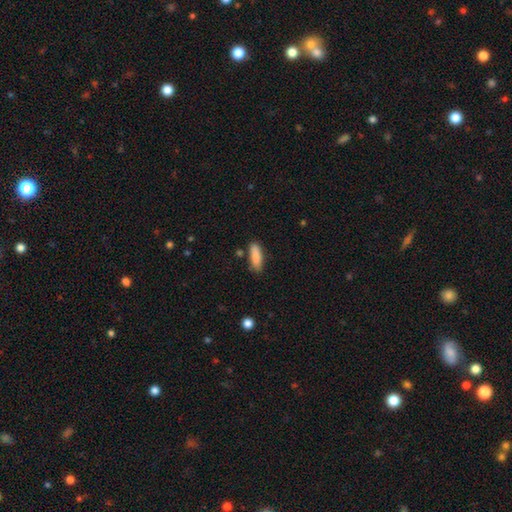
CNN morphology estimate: A smooth galaxy with no disk features (88%) that is in between round and cigar-shaped (51%). Merging: none (79%).